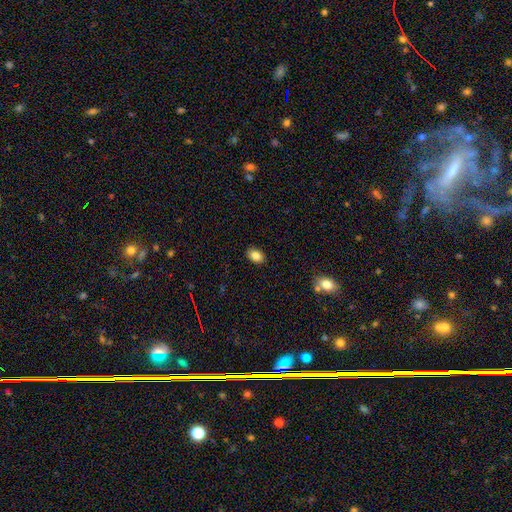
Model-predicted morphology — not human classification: Smooth or featured? Predicted: smooth (p=0.84). How rounded? Predicted: in between (p=0.79). Merging? Predicted: none (p=0.89).